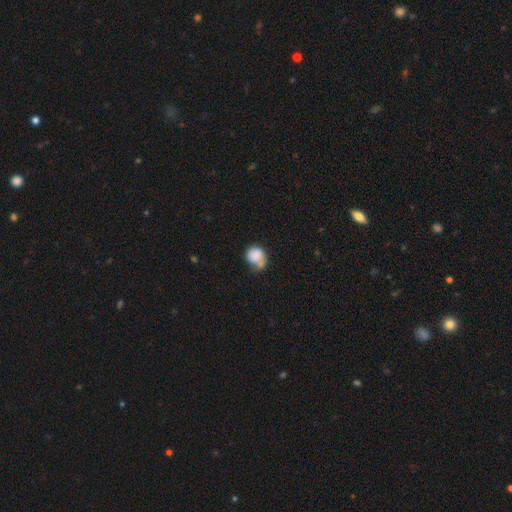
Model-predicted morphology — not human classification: smooth_or_featured: smooth (p=0.81) [alt: featured or disk p=0.11]
how_rounded: round (p=0.75) [alt: in between p=0.24]
merging: none (p=0.39) [alt: merger p=0.26]